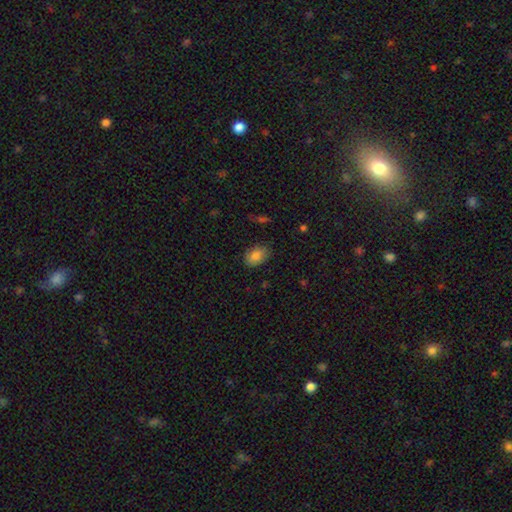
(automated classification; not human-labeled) This appears to be a smooth galaxy with no disk features (85%) that is in between round and cigar-shaped (82%). Merging: none (82%).